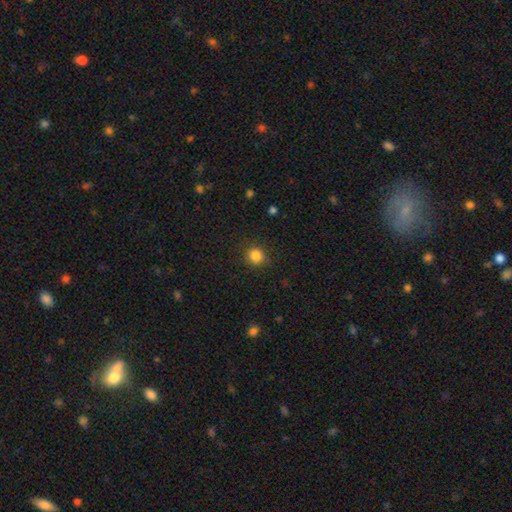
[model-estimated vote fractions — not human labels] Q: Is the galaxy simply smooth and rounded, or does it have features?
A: smooth — 85%.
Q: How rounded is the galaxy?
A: round — 90%.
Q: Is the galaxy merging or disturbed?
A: none — 88%.